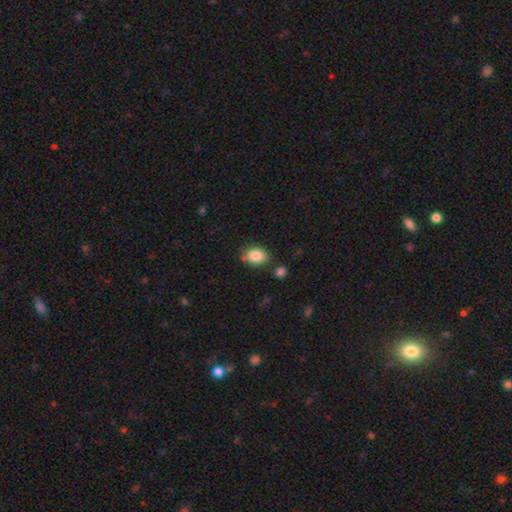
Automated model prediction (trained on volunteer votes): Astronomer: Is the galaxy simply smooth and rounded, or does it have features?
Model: smooth — 86%.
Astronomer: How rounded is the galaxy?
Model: in between — 76%.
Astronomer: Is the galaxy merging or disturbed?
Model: none — 72%.